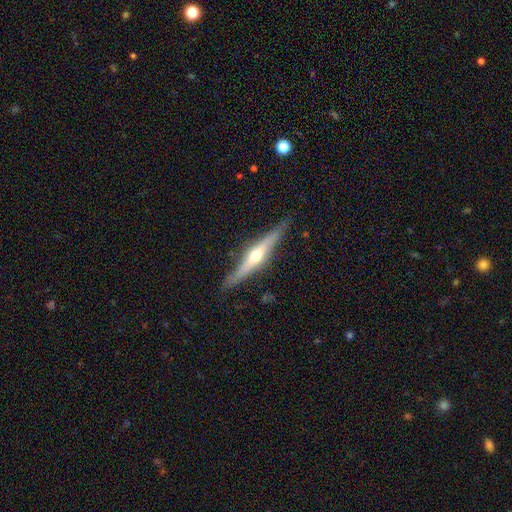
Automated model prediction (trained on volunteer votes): Q: Smooth or featured?
A: featured or disk (77%); runner-up: smooth (17%)
Q: Edge-on disk?
A: yes (97%); runner-up: no (3%)
Q: Edge-on bulge?
A: rounded (92%); runner-up: none (4%)
Q: Merging?
A: none (87%); runner-up: minor disturbance (10%)